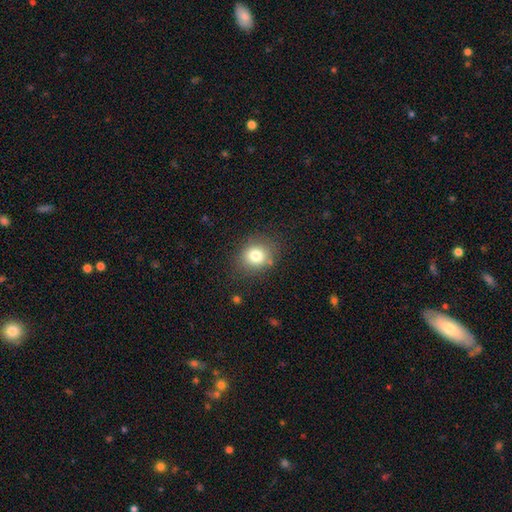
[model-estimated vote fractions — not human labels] Smooth or featured: smooth — 79% (star or artifact — 12%)
How rounded: round — 72% (in between — 27%)
Merging: none — 81% (minor disturbance — 13%)